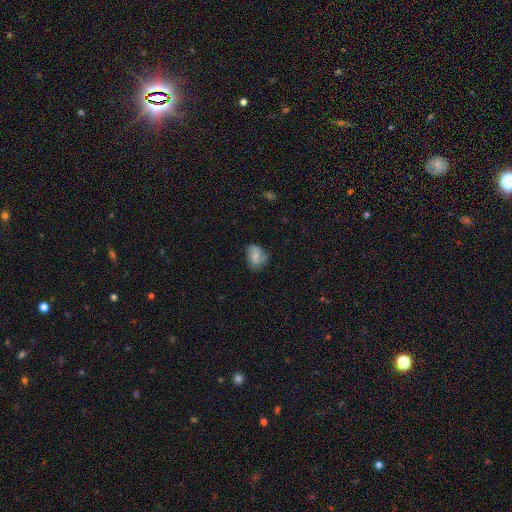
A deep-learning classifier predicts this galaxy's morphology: Smooth or featured?
  - smooth: 59% *
  - featured or disk: 32%
  - star or artifact: 9%
How rounded?
  - in between: 68% *
  - round: 30%
  - cigar-shaped: 2%
Merging?
  - none: 55% *
  - minor disturbance: 30%
  - major disturbance: 12%
  - merger: 3%